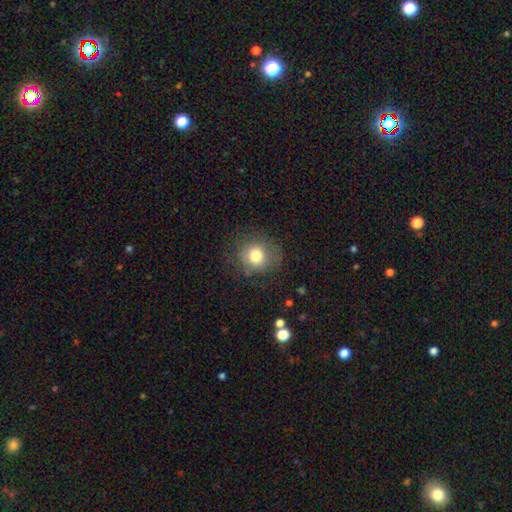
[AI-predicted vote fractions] Smooth or featured? Predicted: smooth (p=0.77). How rounded? Predicted: round (p=0.87). Merging? Predicted: none (p=0.77).